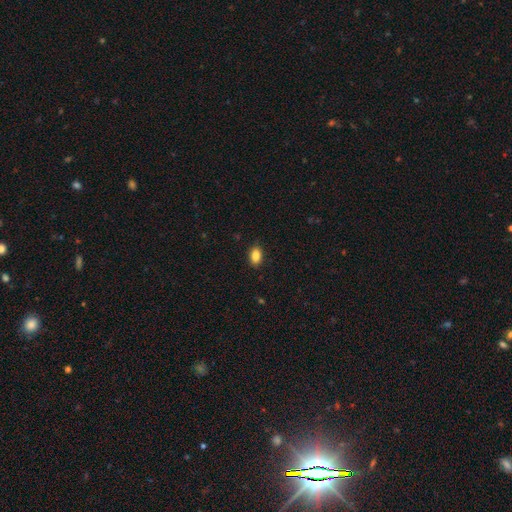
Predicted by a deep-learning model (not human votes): Overall: smooth (87%). How rounded: in between (88%). Merging: none (89%).